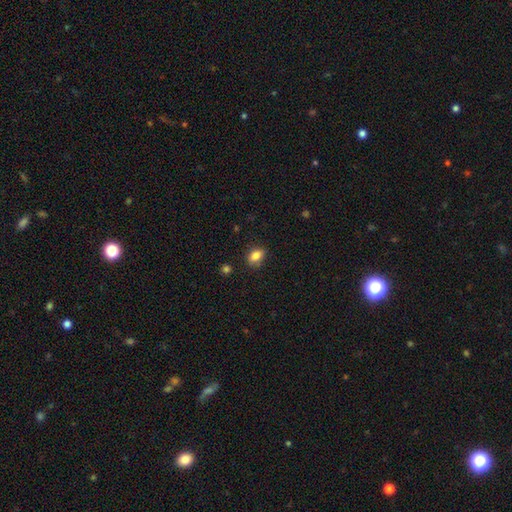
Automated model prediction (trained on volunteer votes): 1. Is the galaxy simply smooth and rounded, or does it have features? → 83% smooth, 9% star or artifact, 7% featured or disk.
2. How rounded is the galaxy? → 76% in between, 22% round, 2% cigar-shaped.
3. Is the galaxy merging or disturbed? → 79% none, 16% minor disturbance, 3% major disturbance, 2% merger.